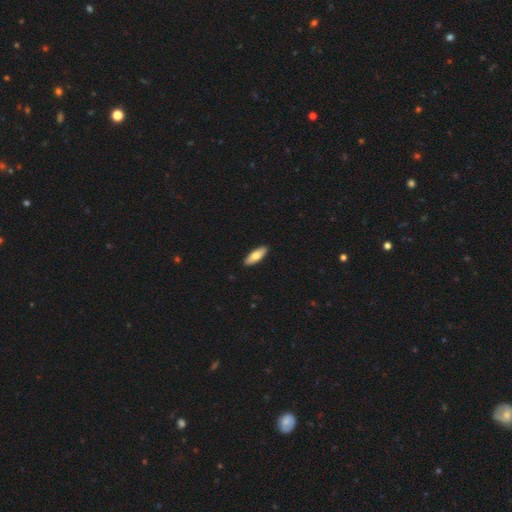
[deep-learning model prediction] The model was most divided on "how rounded": in between: 60%, cigar-shaped: 38%, round: 2%. More confident: merging — none (91%); smooth or featured — smooth (73%).